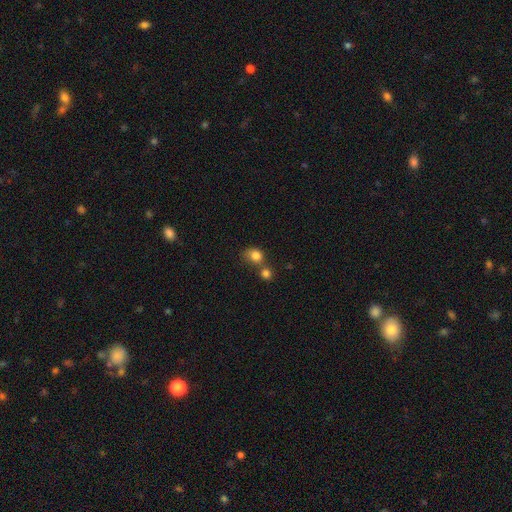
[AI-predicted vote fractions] Q: Smooth or featured?
A: smooth (82%); runner-up: star or artifact (11%)
Q: How rounded?
A: round (65%); runner-up: in between (34%)
Q: Merging?
A: none (41%); tied with: merger (41%)